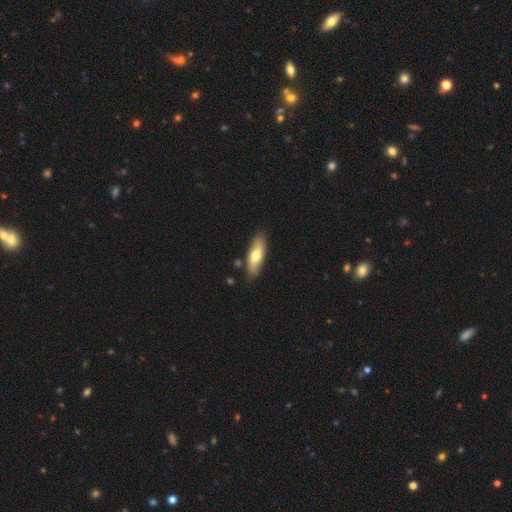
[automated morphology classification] smooth-or-featured: smooth: 63% | featured or disk: 32% | star or artifact: 6%
  how-rounded: in between: 55% | cigar-shaped: 42% | round: 2%
  merging: none: 82% | minor disturbance: 13% | merger: 3% | major disturbance: 2%